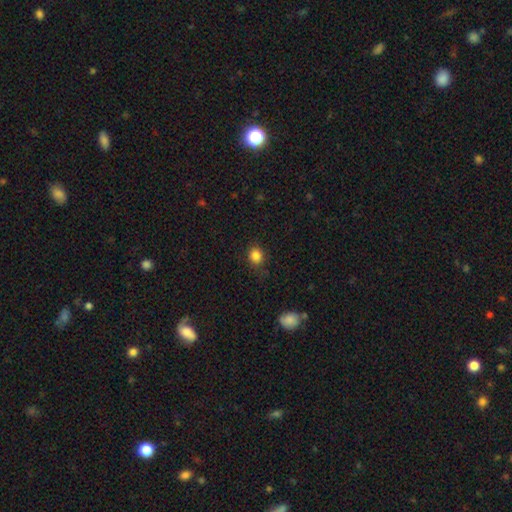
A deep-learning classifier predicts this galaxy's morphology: Smooth or featured? smooth (84%)
How rounded? round (76%)
Merging? none (82%)